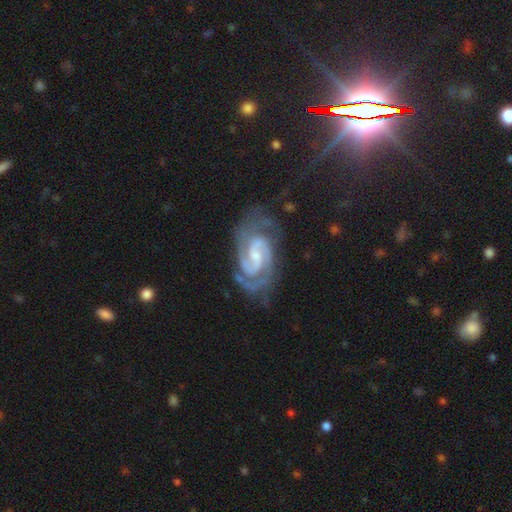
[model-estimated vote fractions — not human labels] A featured or disk galaxy (91%) with a weak bar (54%), 2 (83%) tight (50%) spiral arms (98%) and a small central bulge (56%). Merging: none (68%).